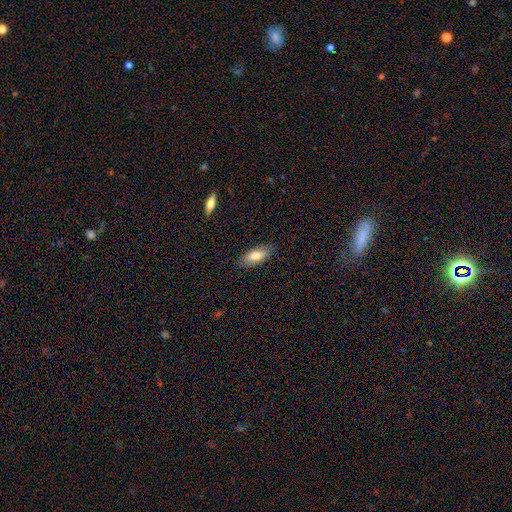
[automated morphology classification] Smooth or featured?
  - smooth: 74% *
  - featured or disk: 20%
  - star or artifact: 7%
How rounded?
  - in between: 82% *
  - cigar-shaped: 15%
  - round: 2%
Merging?
  - none: 84% *
  - minor disturbance: 13%
  - major disturbance: 3%
  - merger: 1%